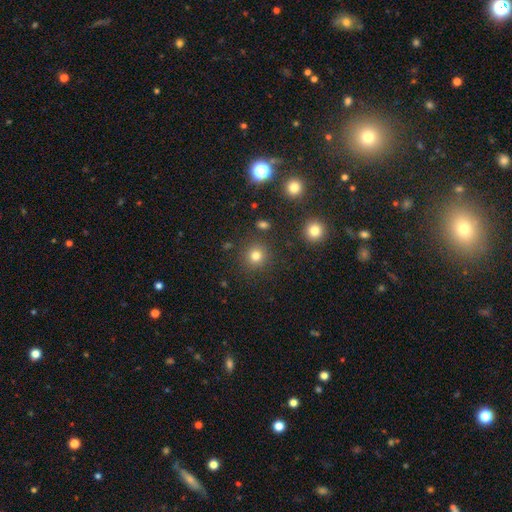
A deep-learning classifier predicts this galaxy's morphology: smooth-or-featured: smooth: 78% | star or artifact: 16% | featured or disk: 6%
  how-rounded: round: 92% | in between: 7% | cigar-shaped: 1%
  merging: none: 87% | minor disturbance: 7% | merger: 3% | major disturbance: 3%